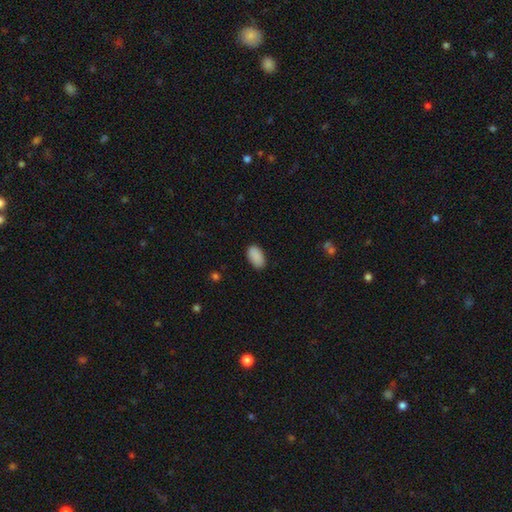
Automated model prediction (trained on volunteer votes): A smooth galaxy with no disk features (90%) that is in between round and cigar-shaped (94%). Merging: none (86%).